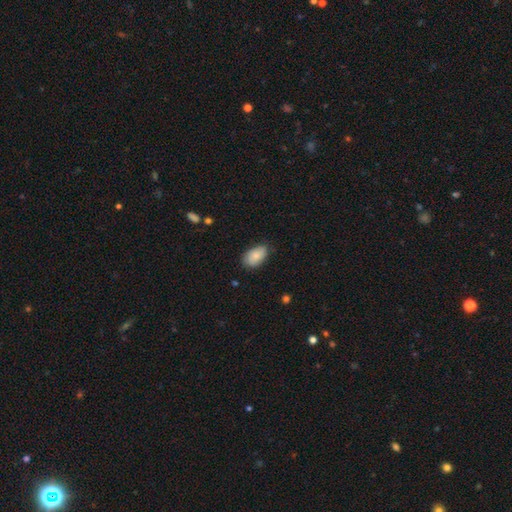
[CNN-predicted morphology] The model was most divided on "merging": none: 72%, minor disturbance: 23%, major disturbance: 4%, merger: 1%. More confident: how rounded — in between (92%); smooth or featured — smooth (83%).